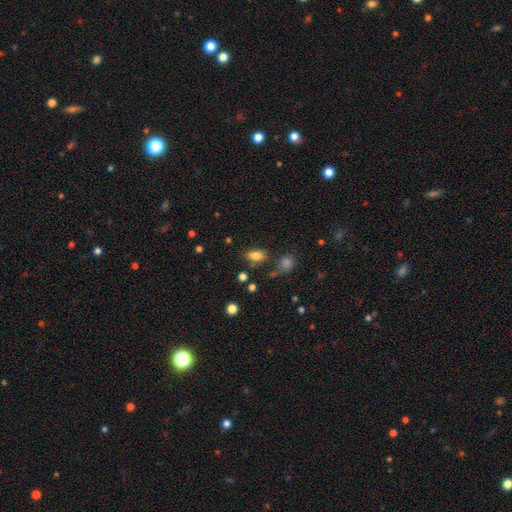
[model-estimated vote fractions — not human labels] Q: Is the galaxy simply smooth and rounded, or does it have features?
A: smooth — 81%.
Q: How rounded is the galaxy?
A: in between — 88%.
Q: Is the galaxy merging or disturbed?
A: none — 72%.